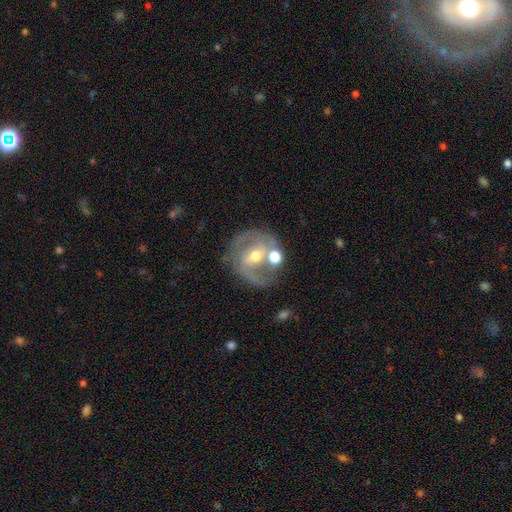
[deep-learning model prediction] smooth_or_featured: featured or disk (p=0.82) [alt: smooth p=0.11]
disk_edge_on: no (p=0.97) [alt: yes p=0.03]
bar: weak (p=0.45) [alt: strong p=0.32]
has_spiral_arms: yes (p=0.92) [alt: no p=0.08]
spiral_winding: medium (p=0.54) [alt: tight p=0.29]
spiral_arm_count: 2 (p=0.81) [alt: can't tell p=0.07]
bulge_size: moderate (p=0.65) [alt: small p=0.30]
merging: none (p=0.65) [alt: minor disturbance p=0.15]